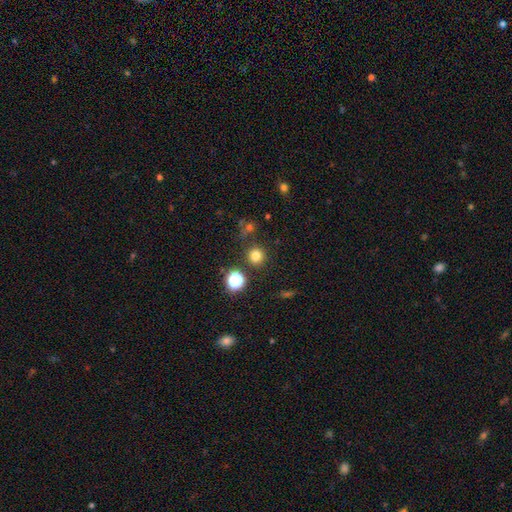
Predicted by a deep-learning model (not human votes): smooth-or-featured: smooth: 76% | star or artifact: 19% | featured or disk: 6%
  how-rounded: round: 94% | in between: 5% | cigar-shaped: 1%
  merging: none: 85% | minor disturbance: 7% | merger: 5% | major disturbance: 3%